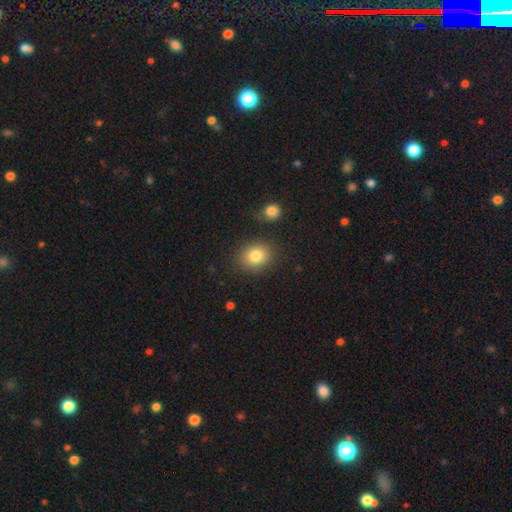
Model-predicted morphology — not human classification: The model was most divided on "how rounded": round: 61%, in between: 38%, cigar-shaped: 1%. More confident: merging — none (82%); smooth or featured — smooth (82%).